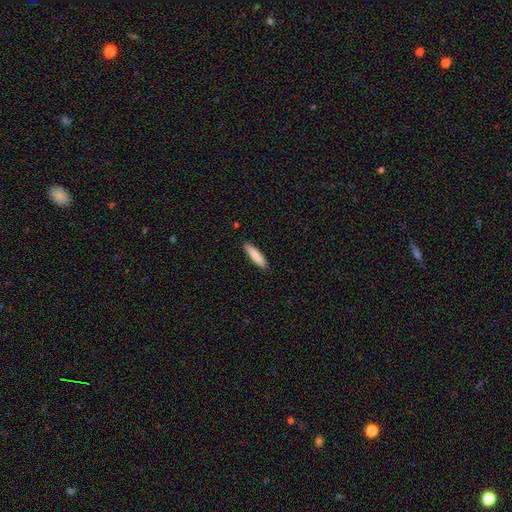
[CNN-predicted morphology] smooth_or_featured: smooth (p=0.85) [alt: featured or disk p=0.09]
how_rounded: cigar-shaped (p=0.82) [alt: in between p=0.17]
merging: none (p=0.90) [alt: minor disturbance p=0.08]